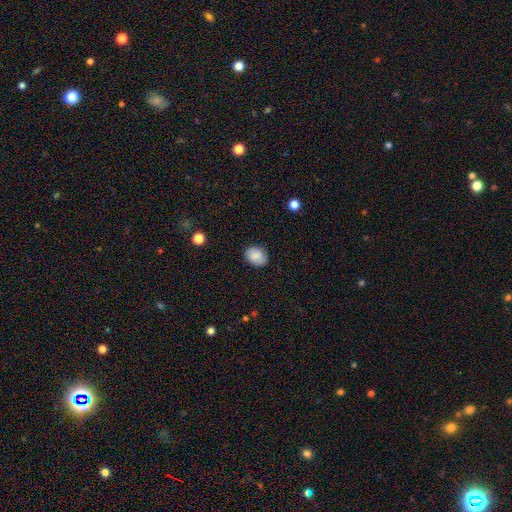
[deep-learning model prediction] Smooth or featured? Predicted: smooth (p=0.83). How rounded? Predicted: in between (p=0.64). Merging? Predicted: none (p=0.83).